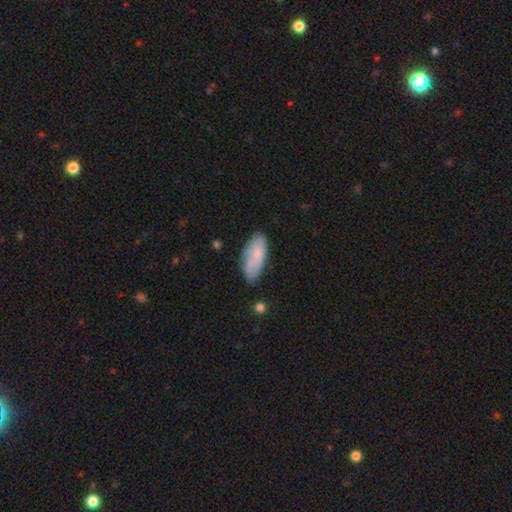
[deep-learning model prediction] A smooth galaxy with no disk features (76%) that is in between round and cigar-shaped (86%).

Vote fractions:
- Smooth or featured? smooth: 76% / featured or disk: 17% / star or artifact: 6%
- How rounded? in between: 86% / cigar-shaped: 12% / round: 2%
- Merging? none: 67% / minor disturbance: 25% / major disturbance: 5% / merger: 3%